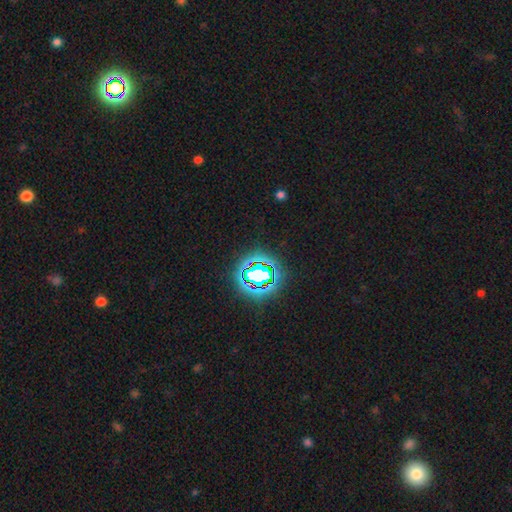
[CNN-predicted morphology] The model was most divided on "smooth or featured": star or artifact: 81%, smooth: 12%, featured or disk: 7%.